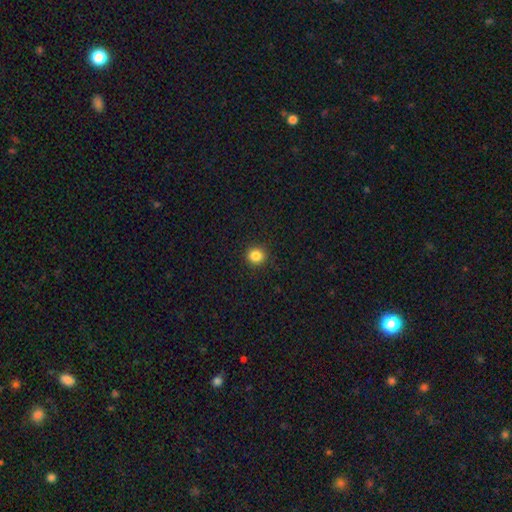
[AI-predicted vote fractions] A smooth galaxy with no disk features (86%) that is round (87%). Merging: none (91%).